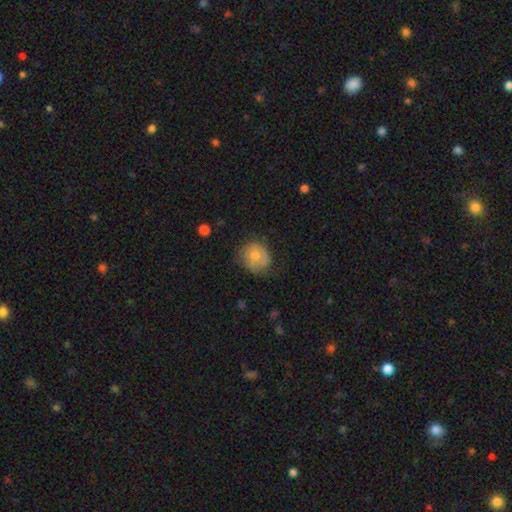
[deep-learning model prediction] smooth 67%, featured or disk 25%, star or artifact 8%. Down the decision tree: how rounded — round (73%); merging — none (57%).